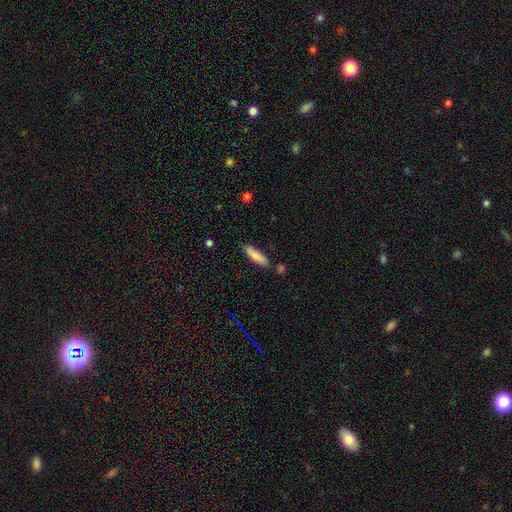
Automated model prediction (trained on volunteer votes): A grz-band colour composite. It shows a smooth galaxy with no disk features (85%) that is cigar-shaped (60%). Merging: none (80%).